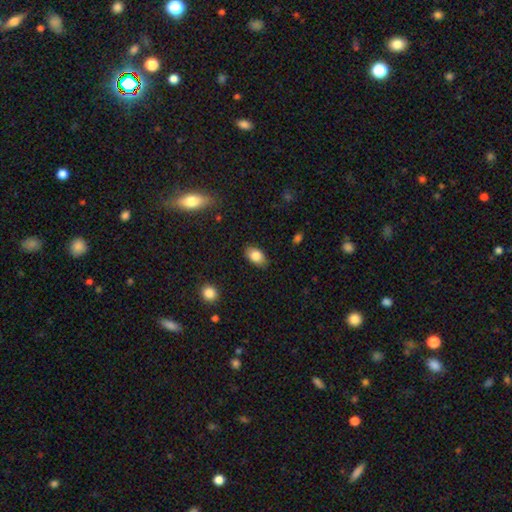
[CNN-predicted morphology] Q: Smooth or featured?
A: smooth (83%); runner-up: featured or disk (10%)
Q: How rounded?
A: in between (91%); runner-up: round (7%)
Q: Merging?
A: none (86%); runner-up: minor disturbance (11%)